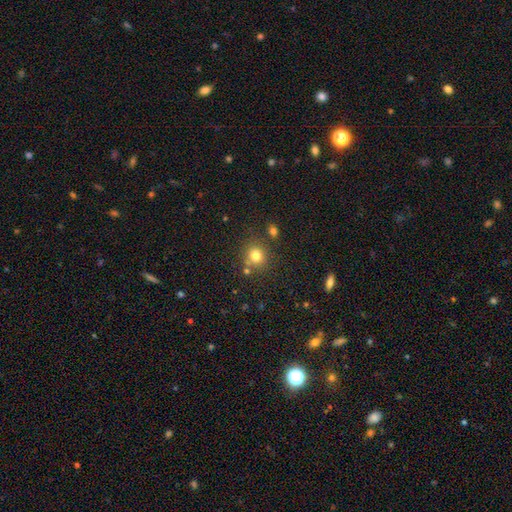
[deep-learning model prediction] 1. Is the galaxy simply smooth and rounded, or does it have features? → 78% smooth, 14% star or artifact, 8% featured or disk.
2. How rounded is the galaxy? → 85% round, 14% in between, 1% cigar-shaped.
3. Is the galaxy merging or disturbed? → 75% none, 11% merger, 10% minor disturbance, 4% major disturbance.